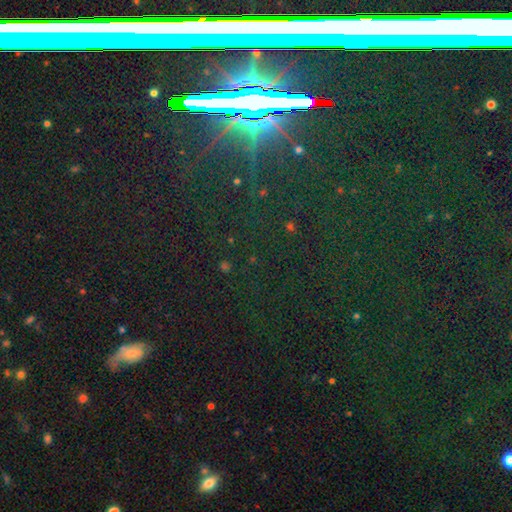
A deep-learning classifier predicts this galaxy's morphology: Smooth or featured? star or artifact (79%)